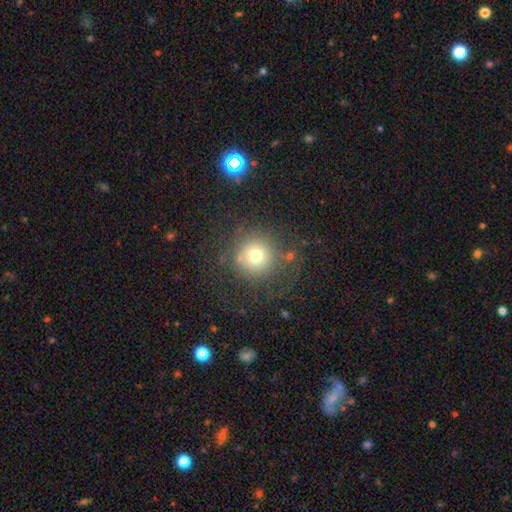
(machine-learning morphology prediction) type=smooth (68%); roundness=round (94%); merging=none (72%).